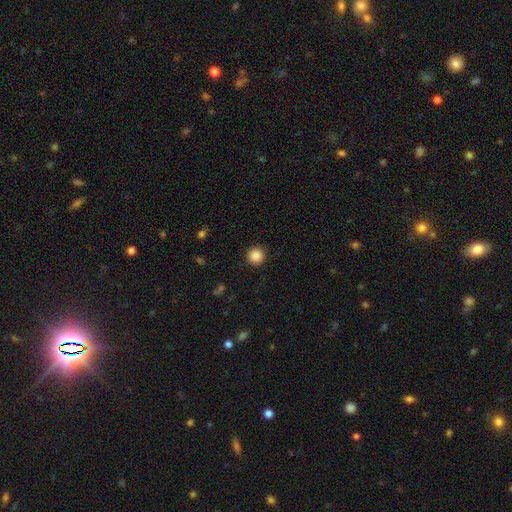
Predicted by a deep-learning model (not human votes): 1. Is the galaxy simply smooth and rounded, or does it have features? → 87% smooth, 10% star or artifact, 3% featured or disk.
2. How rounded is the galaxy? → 95% round, 4% in between, 1% cigar-shaped.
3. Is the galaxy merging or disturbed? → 92% none, 5% minor disturbance, 2% major disturbance, 1% merger.